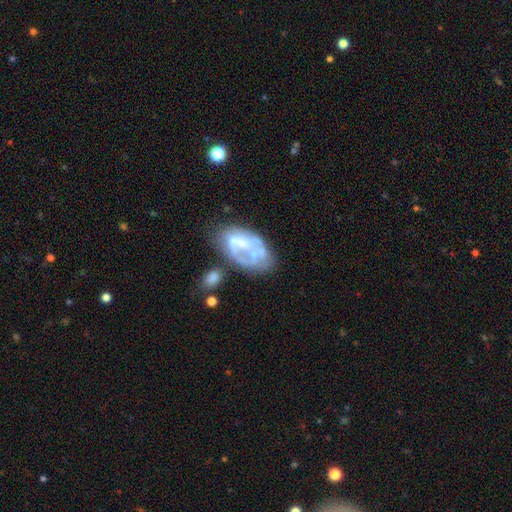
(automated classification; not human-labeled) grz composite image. It shows a featured or disk galaxy (60%) with no bar (67%), no spiral arms (70%) and no central bulge (39%). Merging: none (32%).